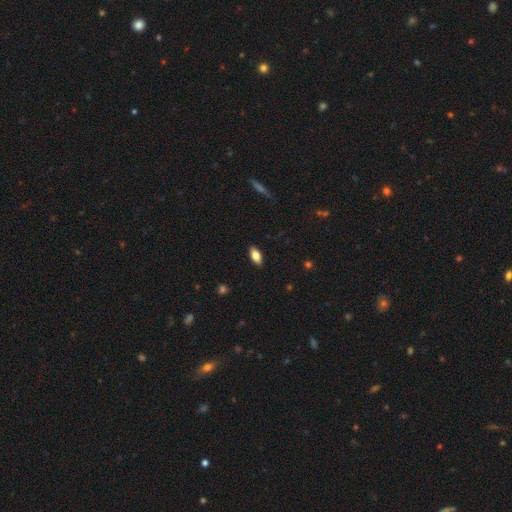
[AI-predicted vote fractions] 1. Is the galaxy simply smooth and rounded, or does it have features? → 78% smooth, 14% featured or disk, 7% star or artifact.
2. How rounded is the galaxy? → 87% in between, 10% cigar-shaped, 3% round.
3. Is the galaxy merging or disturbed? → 89% none, 8% minor disturbance, 2% major disturbance, 1% merger.